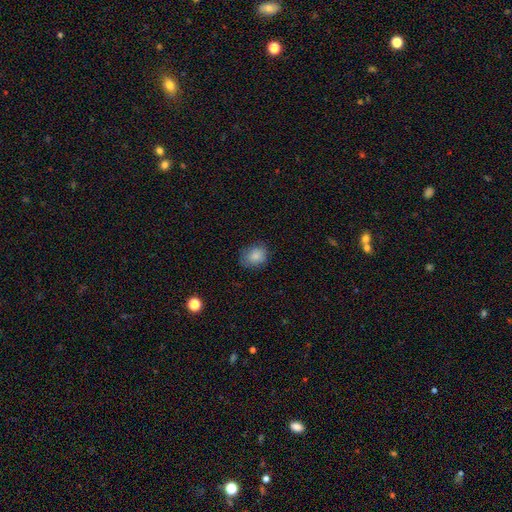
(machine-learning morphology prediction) smooth_or_featured: smooth (p=0.84) [alt: star or artifact p=0.09]
how_rounded: in between (p=0.53) [alt: round p=0.46]
merging: none (p=0.76) [alt: minor disturbance p=0.18]